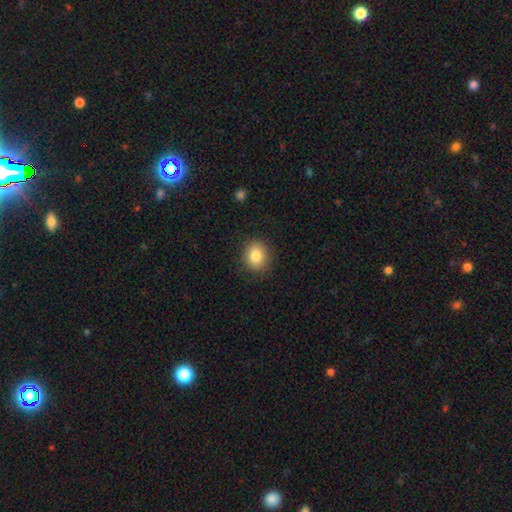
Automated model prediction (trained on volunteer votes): Smooth or featured? Predicted: smooth (p=0.84). How rounded? Predicted: round (p=0.74). Merging? Predicted: none (p=0.88).